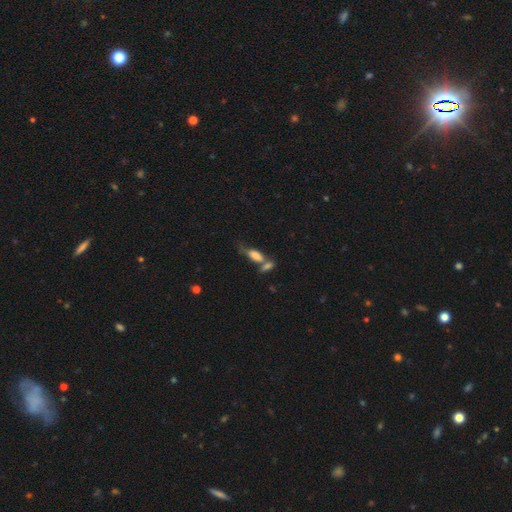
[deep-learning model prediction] smooth-or-featured: smooth: 72% | featured or disk: 18% | star or artifact: 9%
  how-rounded: in between: 78% | cigar-shaped: 18% | round: 4%
  merging: merger: 52% | none: 25% | minor disturbance: 13% | major disturbance: 10%